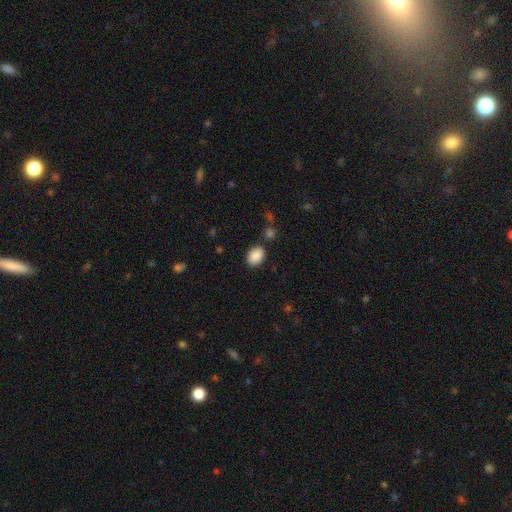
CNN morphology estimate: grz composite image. It shows a smooth galaxy with no disk features (89%) that is in between round and cigar-shaped (77%). Merging: none (82%).